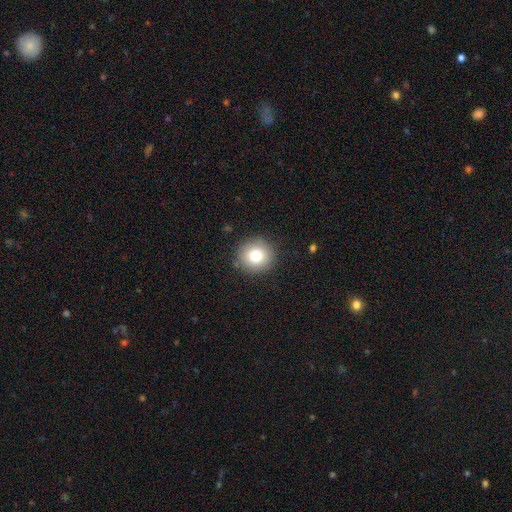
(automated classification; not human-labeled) Smooth or featured? smooth (80%)
How rounded? round (92%)
Merging? none (89%)